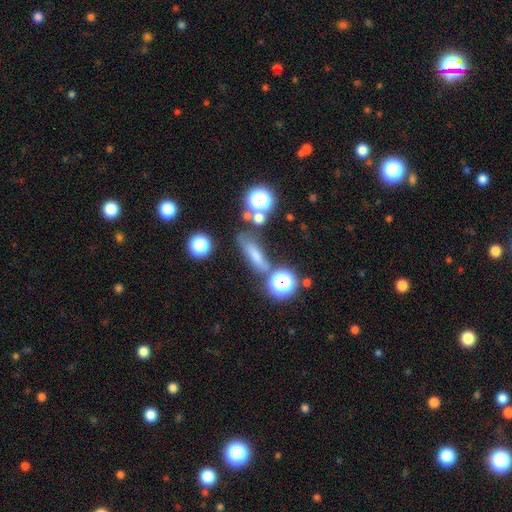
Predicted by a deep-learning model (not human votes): The model was most divided on "how rounded": cigar-shaped: 54%, in between: 33%, round: 13%. More confident: merging — none (62%); smooth or featured — smooth (60%).